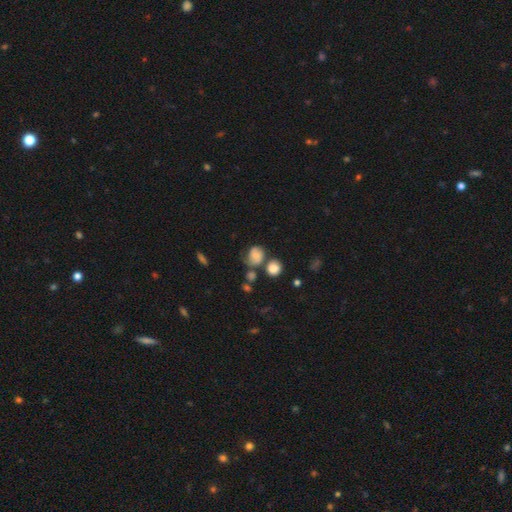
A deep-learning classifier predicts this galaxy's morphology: smooth-or-featured: smooth: 54% | featured or disk: 35% | star or artifact: 11%
  how-rounded: round: 63% | in between: 36% | cigar-shaped: 1%
  merging: none: 40% | minor disturbance: 23% | merger: 18% | major disturbance: 18%